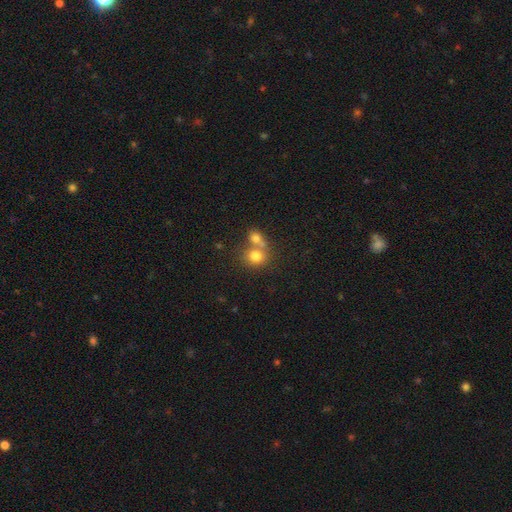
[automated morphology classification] A smooth galaxy with no disk features (76%) that is round (72%).

Vote fractions:
- Smooth or featured? smooth: 76% / featured or disk: 12% / star or artifact: 12%
- How rounded? round: 72% / in between: 27% / cigar-shaped: 1%
- Merging? merger: 51% / none: 38% / minor disturbance: 7% / major disturbance: 4%